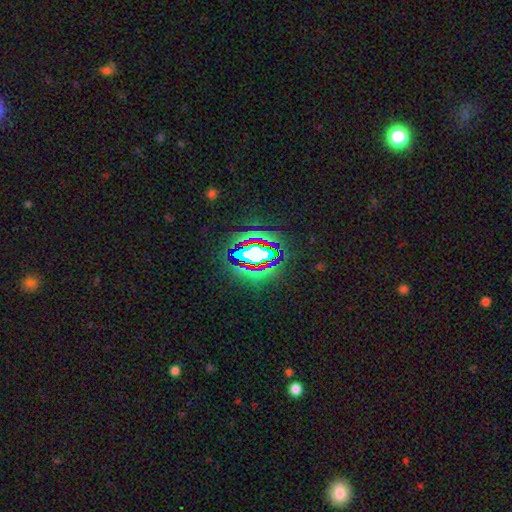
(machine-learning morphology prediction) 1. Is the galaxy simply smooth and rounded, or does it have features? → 62% star or artifact, 22% smooth, 17% featured or disk.